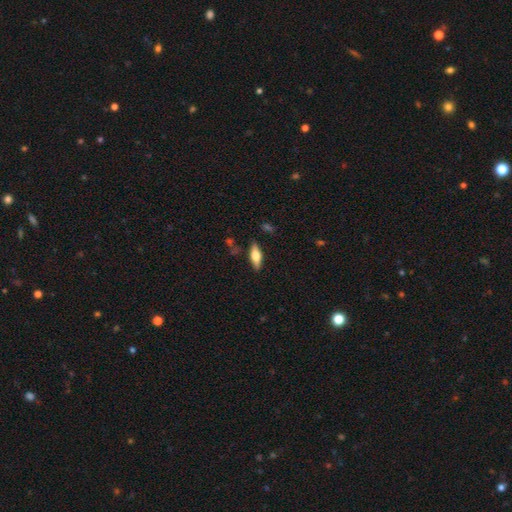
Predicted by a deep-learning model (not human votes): This appears to be a featured or disk galaxy (48%). Merging: none (84%).